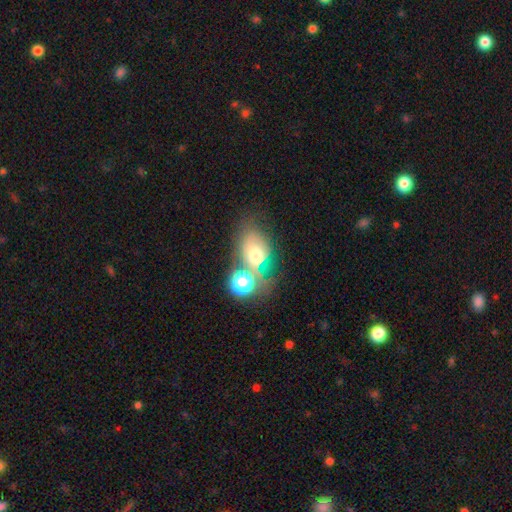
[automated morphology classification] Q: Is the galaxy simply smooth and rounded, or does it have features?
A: smooth — 56%.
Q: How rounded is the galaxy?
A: in between — 65%.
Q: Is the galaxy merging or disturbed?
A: none — 36%.